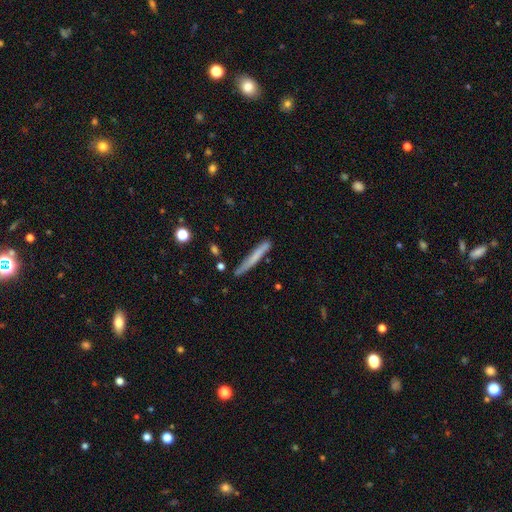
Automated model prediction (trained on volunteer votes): Q: Smooth or featured?
A: smooth (65%); runner-up: featured or disk (28%)
Q: How rounded?
A: cigar-shaped (96%); runner-up: in between (3%)
Q: Merging?
A: none (81%); runner-up: minor disturbance (14%)